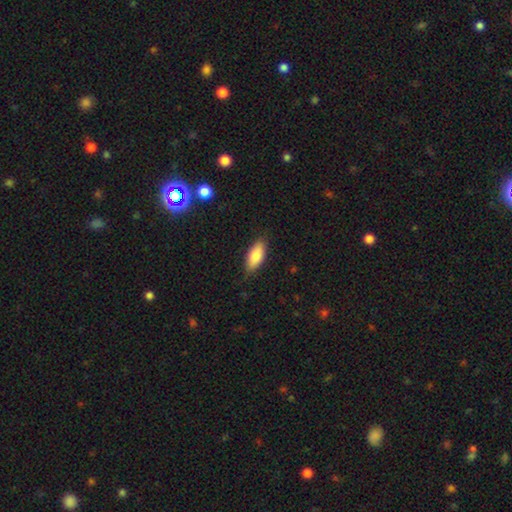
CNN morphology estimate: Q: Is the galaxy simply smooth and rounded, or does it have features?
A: smooth — 81%.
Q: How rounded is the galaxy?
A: in between — 82%.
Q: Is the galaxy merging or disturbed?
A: none — 85%.